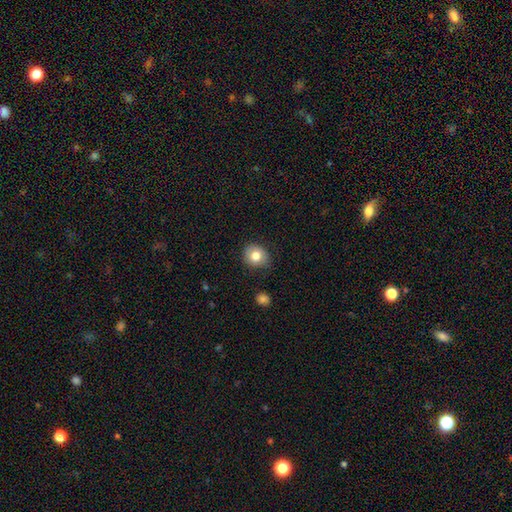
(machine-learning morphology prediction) Smooth or featured? smooth (80%)
How rounded? round (75%)
Merging? none (77%)